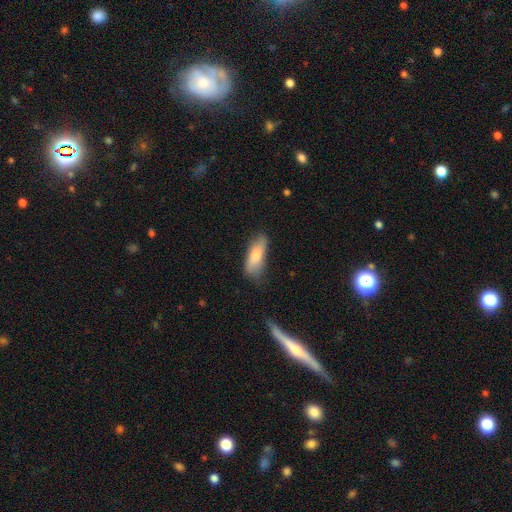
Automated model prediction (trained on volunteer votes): Smooth or featured?
  - smooth: 79% *
  - featured or disk: 15%
  - star or artifact: 6%
How rounded?
  - in between: 66% *
  - cigar-shaped: 32%
  - round: 2%
Merging?
  - none: 61% *
  - minor disturbance: 29%
  - major disturbance: 8%
  - merger: 2%